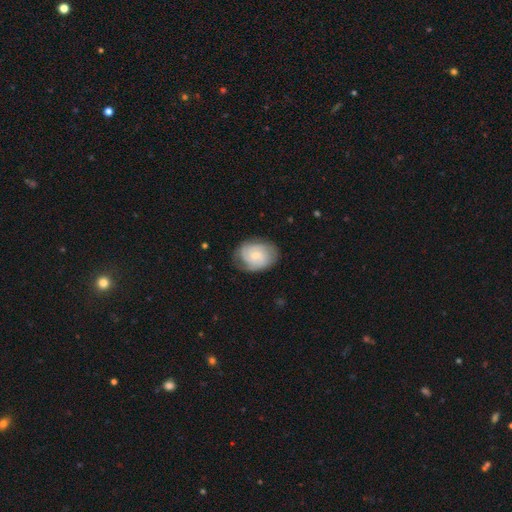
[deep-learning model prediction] The model was most divided on "spiral arm count": 2: 34%, can't tell: 28%, 3: 23%, 4: 6%, 1: 4%, more than 4: 4%. More confident: edge-on disk — no (98%); spiral arms — yes (93%); merging — none (72%); bar — no (68%); smooth or featured — featured or disk (67%); bulge size — small (66%); spiral winding — tight (58%).